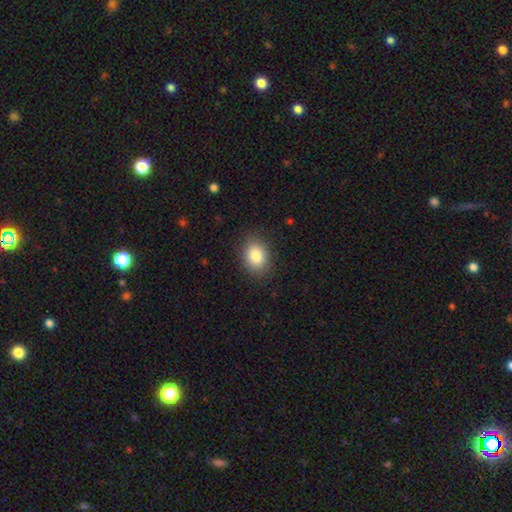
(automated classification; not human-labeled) This appears to be a smooth galaxy with no disk features (84%) that is in between round and cigar-shaped (67%). Merging: none (87%).